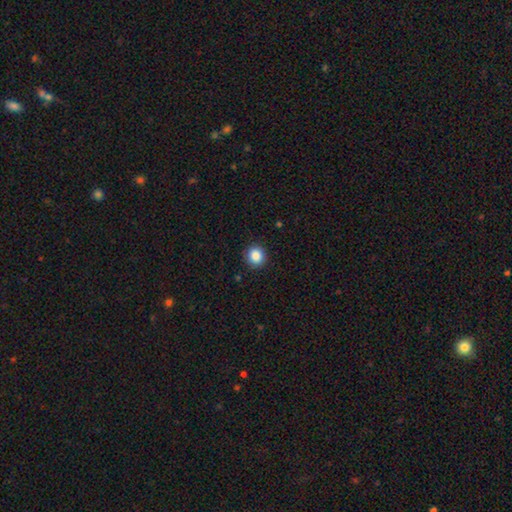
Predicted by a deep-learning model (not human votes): Smooth or featured?
  - smooth: 87% *
  - star or artifact: 9%
  - featured or disk: 4%
How rounded?
  - round: 89% *
  - in between: 10%
  - cigar-shaped: 1%
Merging?
  - none: 91% *
  - minor disturbance: 6%
  - major disturbance: 2%
  - merger: 1%